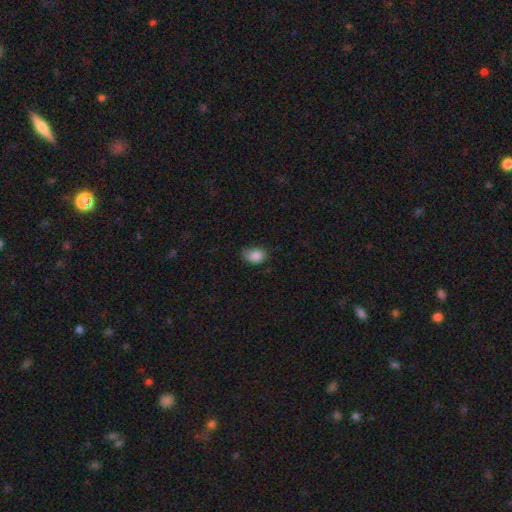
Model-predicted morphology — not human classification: A smooth galaxy with no disk features (86%) that is in between round and cigar-shaped (69%). Merging: none (57%).